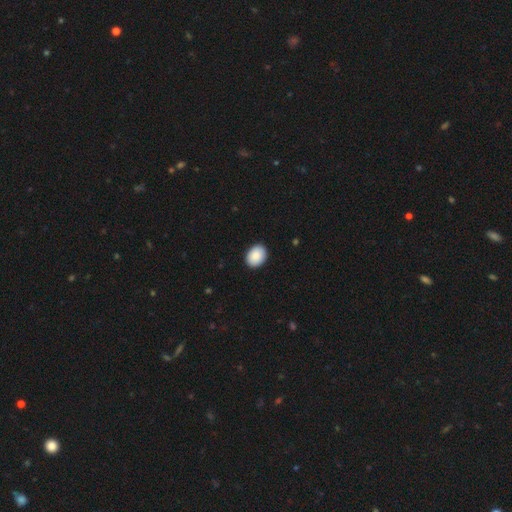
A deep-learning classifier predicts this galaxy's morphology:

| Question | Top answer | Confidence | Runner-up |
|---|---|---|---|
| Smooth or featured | smooth | 89% | star or artifact (7%) |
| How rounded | in between | 65% | round (34%) |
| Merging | none | 90% | minor disturbance (8%) |